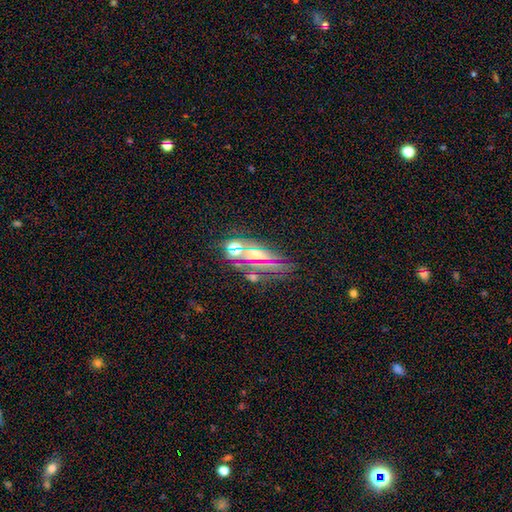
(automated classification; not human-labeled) Overall: star or artifact (47%; smooth 28%).